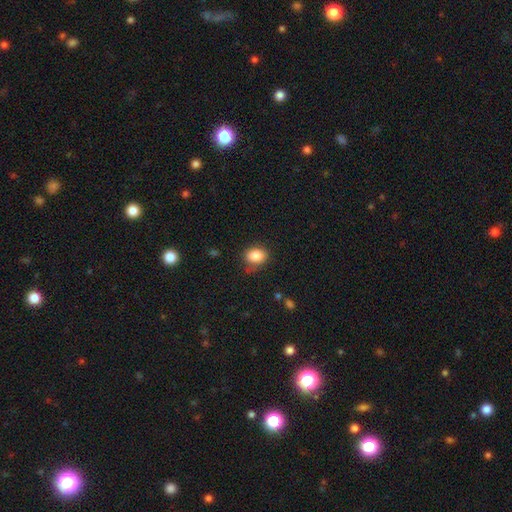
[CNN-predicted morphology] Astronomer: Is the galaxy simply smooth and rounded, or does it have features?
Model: smooth — 86%.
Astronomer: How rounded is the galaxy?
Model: in between — 66%.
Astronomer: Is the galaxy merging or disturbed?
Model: none — 73%.